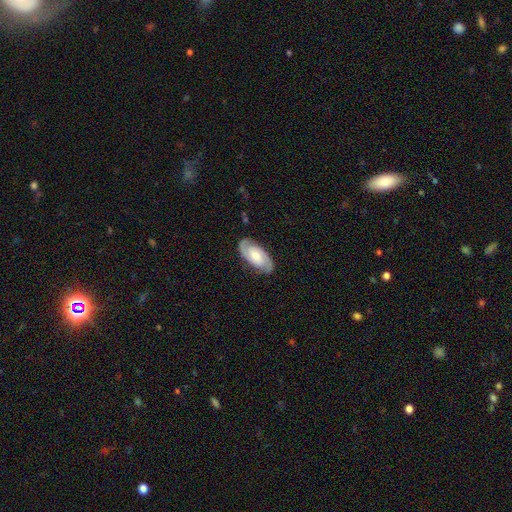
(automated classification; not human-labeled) This is likely a featured or disk galaxy (77%). It is clearly not viewed edge-on (95%). Bar: possibly no (52%). Spiral arm pattern: clearly yes (95%). Spiral arm count: clearly 2 (90%). Spiral winding: possibly tight (48%). Central bulge: possibly moderate (46%). Merging: clearly none (85%).